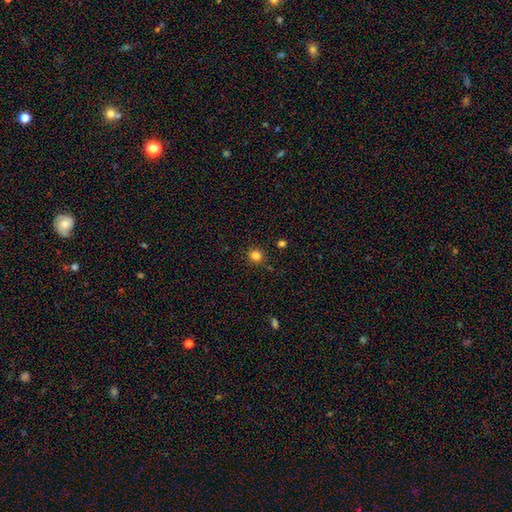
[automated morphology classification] Smooth or featured? smooth (83%)
How rounded? round (90%)
Merging? none (86%)